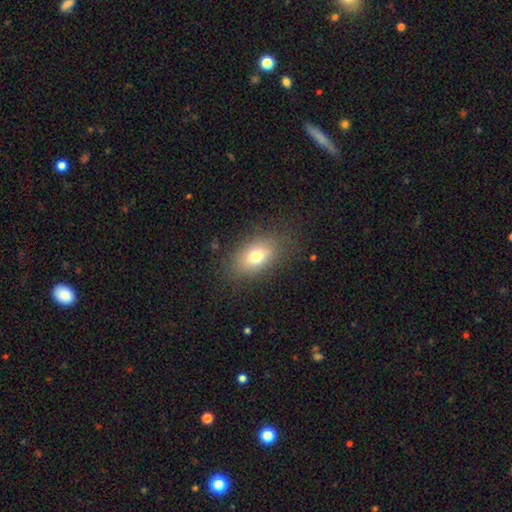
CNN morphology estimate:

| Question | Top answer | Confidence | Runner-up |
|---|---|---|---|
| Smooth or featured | smooth | 74% | featured or disk (15%) |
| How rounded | in between | 83% | round (15%) |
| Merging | none | 80% | minor disturbance (13%) |